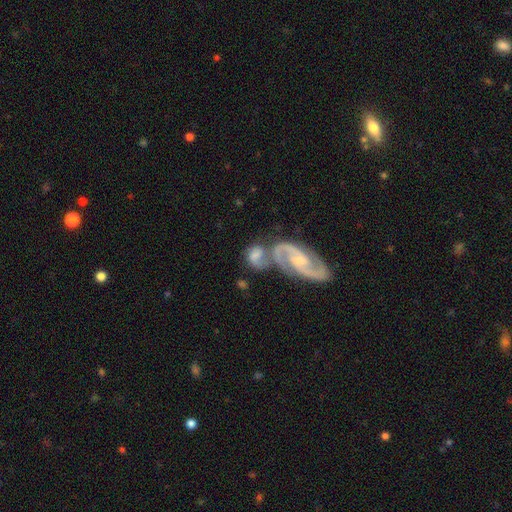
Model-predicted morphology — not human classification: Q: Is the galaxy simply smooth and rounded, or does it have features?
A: featured or disk — 62%.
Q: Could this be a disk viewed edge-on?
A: no — 96%.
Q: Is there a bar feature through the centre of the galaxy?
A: weak — 45%.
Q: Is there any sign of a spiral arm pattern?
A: yes — 87%.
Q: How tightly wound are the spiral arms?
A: medium — 49%.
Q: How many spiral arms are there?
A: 2 — 87%.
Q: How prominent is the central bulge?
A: small — 41%.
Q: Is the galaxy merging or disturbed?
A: merger — 55%.